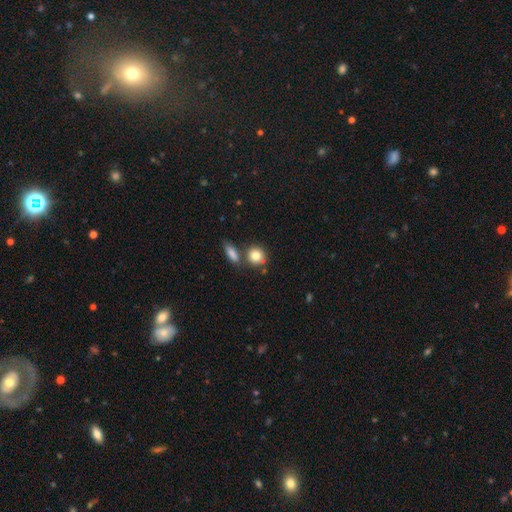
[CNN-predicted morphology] The model was most divided on "merging": none: 61%, merger: 23%, minor disturbance: 12%, major disturbance: 4%. More confident: smooth or featured — smooth (82%); how rounded — round (74%).